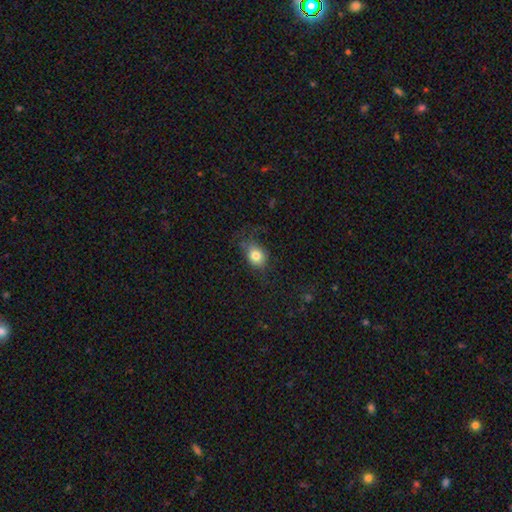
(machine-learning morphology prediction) smooth_or_featured: smooth (p=0.79) [alt: star or artifact p=0.11]
how_rounded: round (p=0.50) [alt: in between p=0.49]
merging: none (p=0.62) [alt: minor disturbance p=0.23]